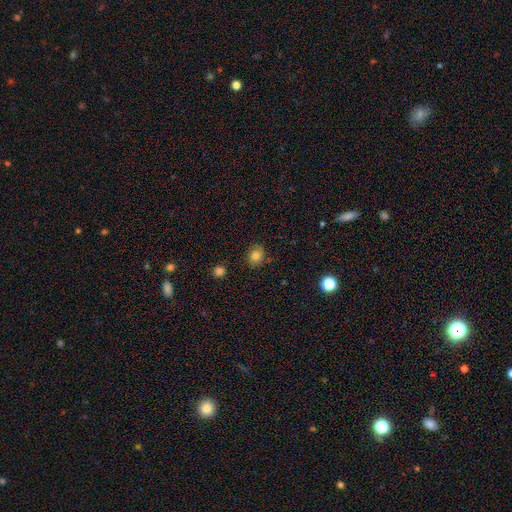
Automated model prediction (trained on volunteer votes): The model was most divided on "how rounded": round: 65%, in between: 34%, cigar-shaped: 1%. More confident: merging — none (82%); smooth or featured — smooth (81%).